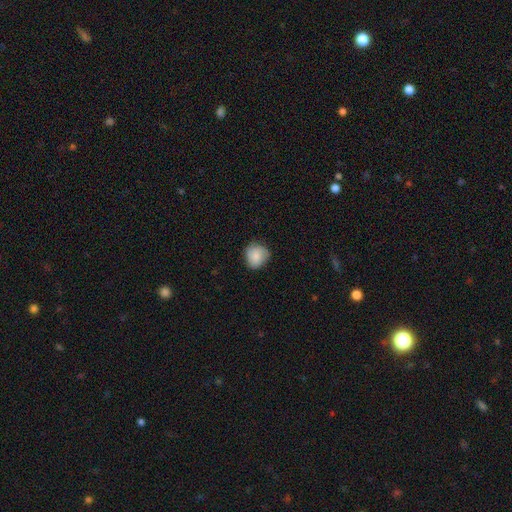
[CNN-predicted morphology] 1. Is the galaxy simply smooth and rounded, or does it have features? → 77% smooth, 16% featured or disk, 7% star or artifact.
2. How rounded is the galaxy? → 81% round, 18% in between, 1% cigar-shaped.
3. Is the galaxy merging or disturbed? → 74% none, 20% minor disturbance, 4% major disturbance, 1% merger.